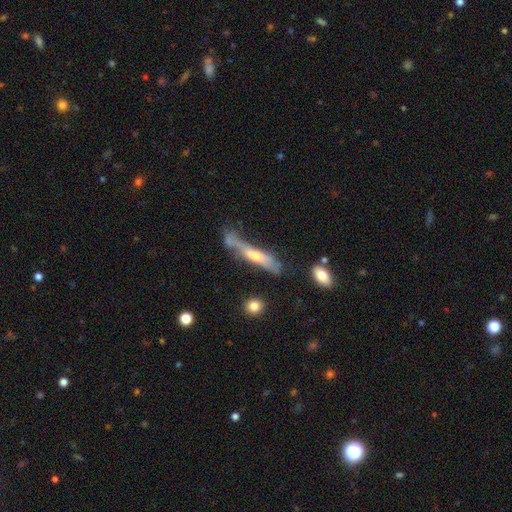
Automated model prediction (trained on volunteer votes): A featured or disk galaxy (57%) viewed edge-on (74%).

Vote fractions:
- Smooth or featured? featured or disk: 57% / smooth: 35% / star or artifact: 8%
- Edge-on disk? yes: 74% / no: 26%
- Merging? none: 40% / minor disturbance: 27% / major disturbance: 20% / merger: 13%